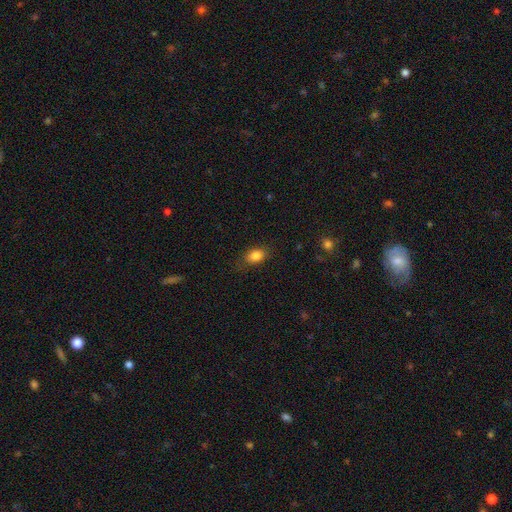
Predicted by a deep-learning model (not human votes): Overall: smooth (84%). How rounded: in between (76%). Merging: none (79%).